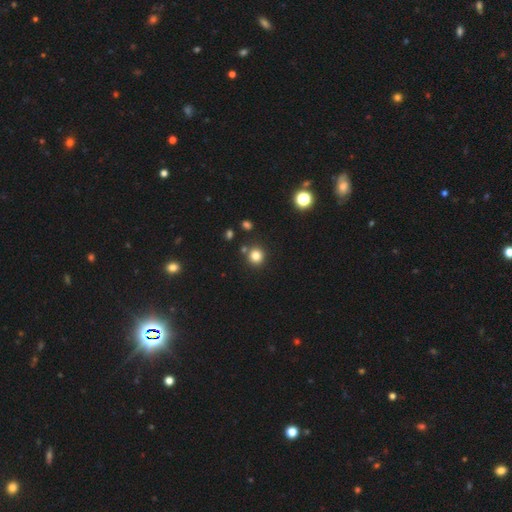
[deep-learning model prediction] Smooth or featured: smooth — 80% (star or artifact — 14%)
How rounded: round — 91% (in between — 8%)
Merging: none — 82% (merger — 8%)